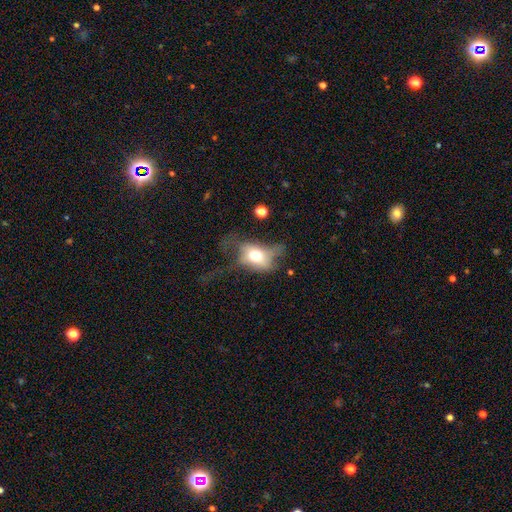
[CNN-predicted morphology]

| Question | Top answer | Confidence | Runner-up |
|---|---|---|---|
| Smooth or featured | smooth | 57% | featured or disk (32%) |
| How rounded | in between | 73% | round (24%) |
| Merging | major disturbance | 48% | none (27%) |